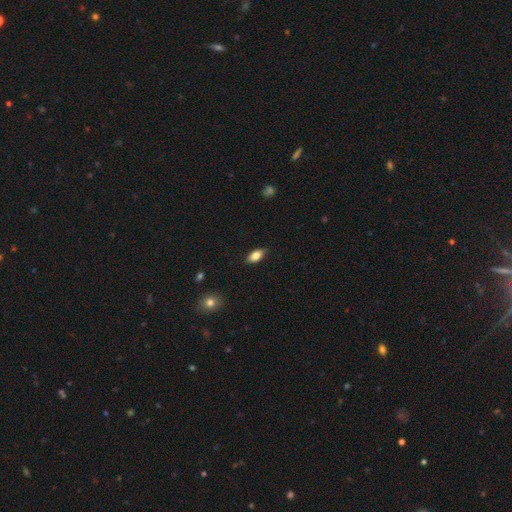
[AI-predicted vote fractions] Morphology: type=smooth (79%); roundness=in between (88%); merging=none (86%).